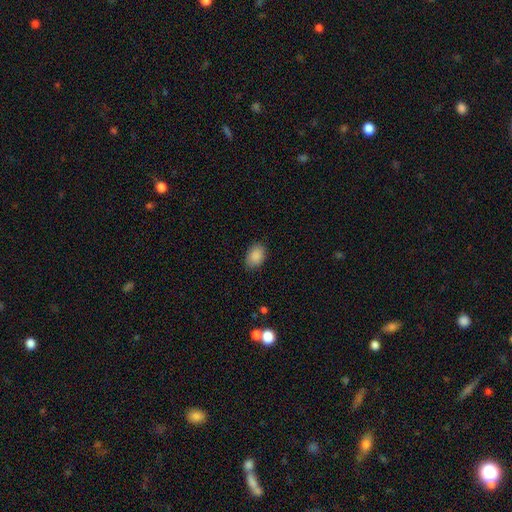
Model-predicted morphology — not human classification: type=smooth (88%); roundness=in between (79%); merging=none (83%).